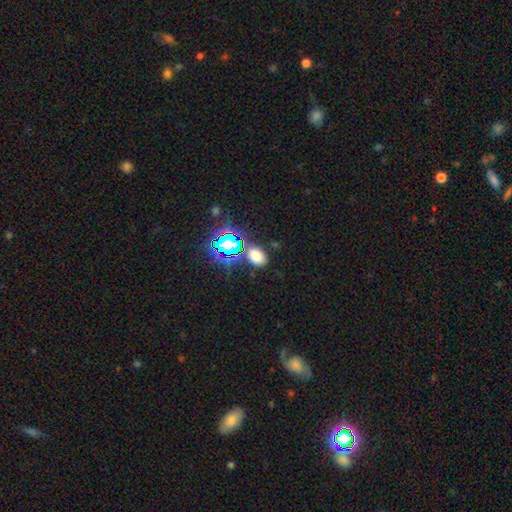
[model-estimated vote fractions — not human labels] Smooth or featured?
  - smooth: 66% *
  - star or artifact: 27%
  - featured or disk: 7%
How rounded?
  - in between: 83% *
  - round: 16%
  - cigar-shaped: 1%
Merging?
  - none: 79% *
  - minor disturbance: 11%
  - merger: 6%
  - major disturbance: 4%